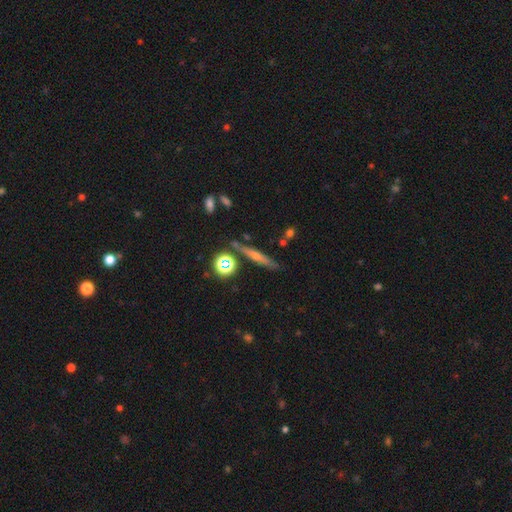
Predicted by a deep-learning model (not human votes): A smooth galaxy with no disk features (44%).

Vote fractions:
- Smooth or featured? smooth: 44% / featured or disk: 43% / star or artifact: 13%
- Merging? none: 81% / minor disturbance: 11% / merger: 5% / major disturbance: 3%